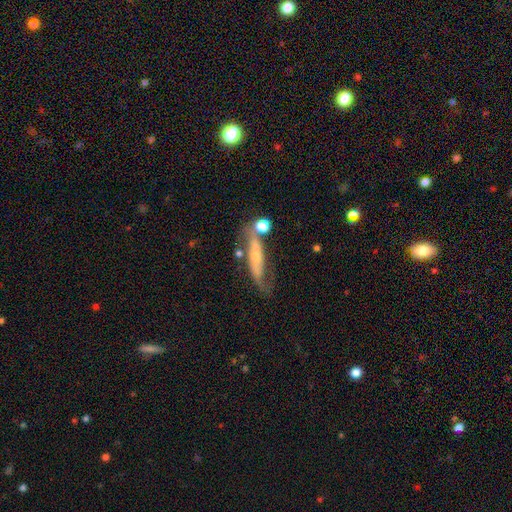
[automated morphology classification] This appears to be a featured or disk galaxy (59%). Merging: none (45%).